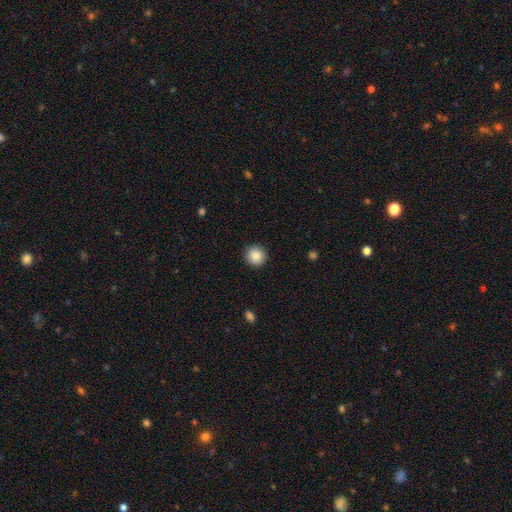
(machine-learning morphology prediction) Smooth or featured: smooth — 87% (star or artifact — 8%)
How rounded: round — 94% (in between — 5%)
Merging: none — 92% (minor disturbance — 6%)